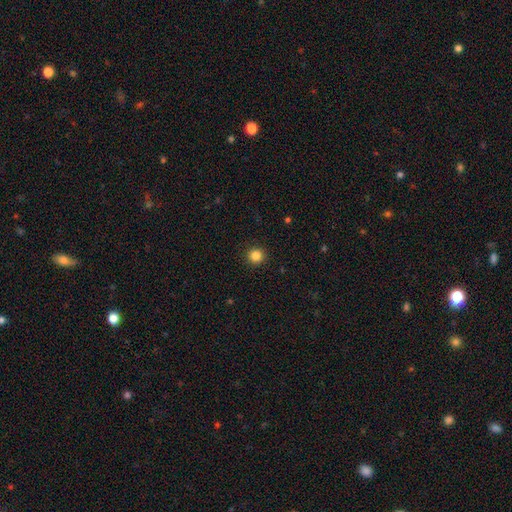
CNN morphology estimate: smooth_or_featured: smooth (p=0.85) [alt: star or artifact p=0.12]
how_rounded: round (p=0.95) [alt: in between p=0.04]
merging: none (p=0.93) [alt: minor disturbance p=0.05]